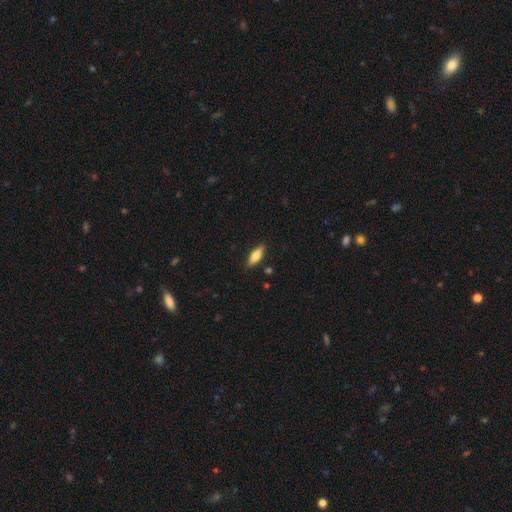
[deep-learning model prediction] This is likely a smooth galaxy (73%). How rounded: likely in between (67%). Merging: clearly none (87%).